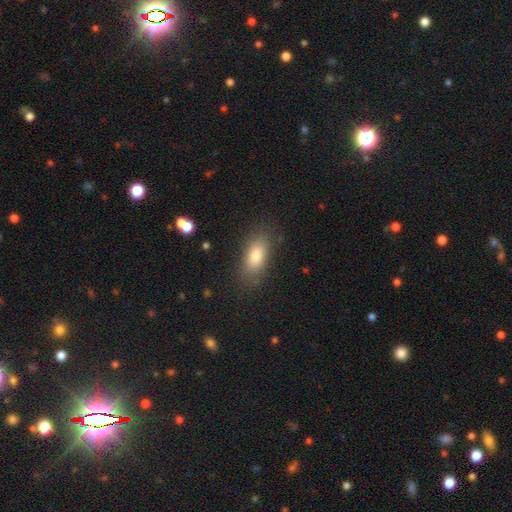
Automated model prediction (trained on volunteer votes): smooth 77%, featured or disk 13%, star or artifact 10%. Down the decision tree: how rounded — in between (82%); merging — none (84%).